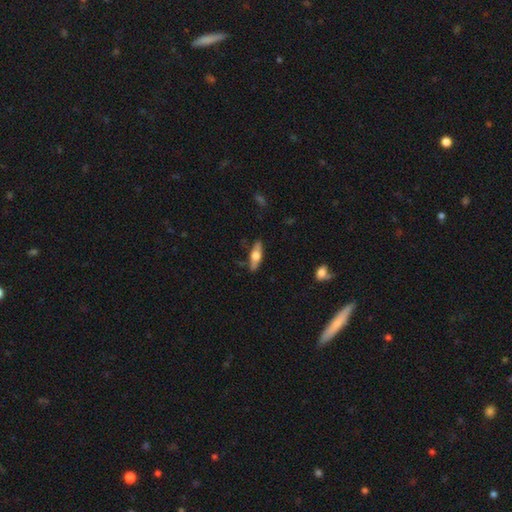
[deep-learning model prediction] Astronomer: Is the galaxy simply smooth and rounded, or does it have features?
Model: smooth — 48% (runner-up: featured or disk, 46%).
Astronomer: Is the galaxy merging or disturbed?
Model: none — 84%.